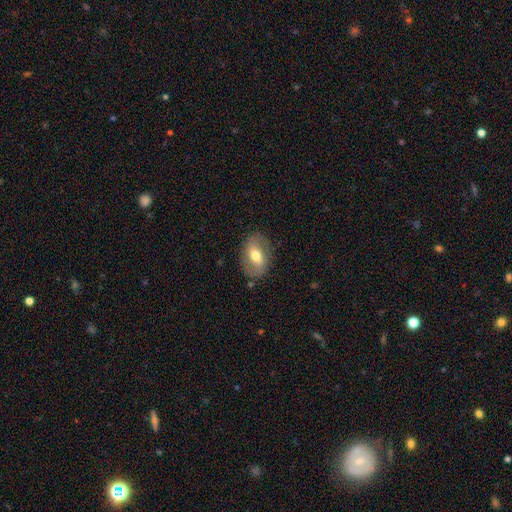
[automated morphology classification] smooth-or-featured: featured or disk: 47% | smooth: 46% | star or artifact: 7%
  merging: none: 80% | minor disturbance: 14% | major disturbance: 5% | merger: 2%